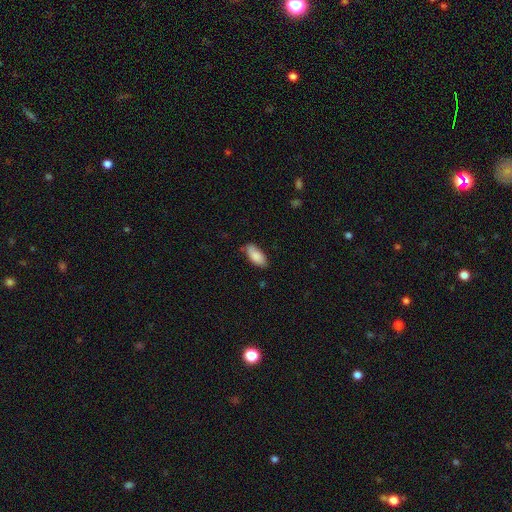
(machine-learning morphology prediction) Q: Smooth or featured?
A: smooth (85%); runner-up: featured or disk (8%)
Q: How rounded?
A: in between (90%); runner-up: cigar-shaped (8%)
Q: Merging?
A: none (72%); runner-up: minor disturbance (22%)